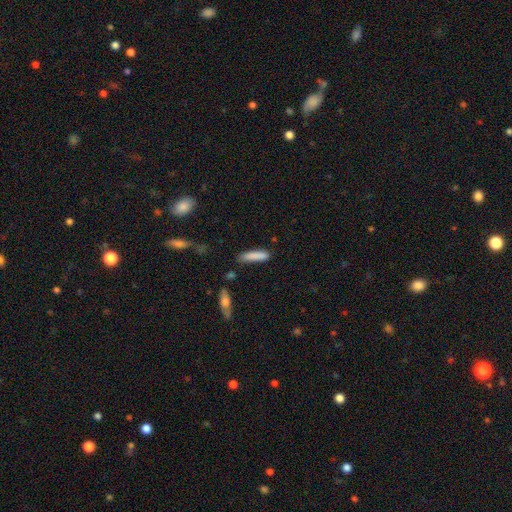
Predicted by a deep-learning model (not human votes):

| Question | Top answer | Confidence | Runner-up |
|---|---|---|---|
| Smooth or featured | smooth | 84% | featured or disk (9%) |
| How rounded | cigar-shaped | 80% | in between (19%) |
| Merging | none | 76% | minor disturbance (17%) |